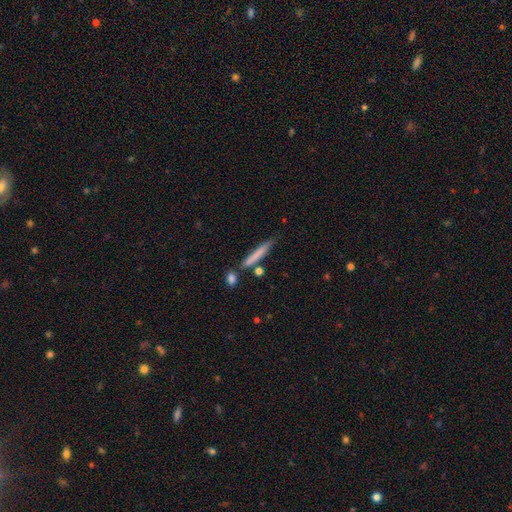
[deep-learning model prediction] Q: Smooth or featured?
A: smooth (72%); runner-up: featured or disk (22%)
Q: How rounded?
A: cigar-shaped (93%); runner-up: in between (5%)
Q: Merging?
A: none (73%); runner-up: minor disturbance (15%)